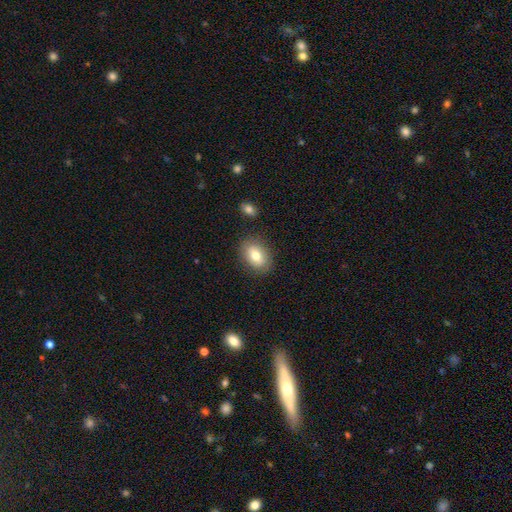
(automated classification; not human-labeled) Smooth or featured? smooth (74%)
How rounded? in between (77%)
Merging? none (83%)